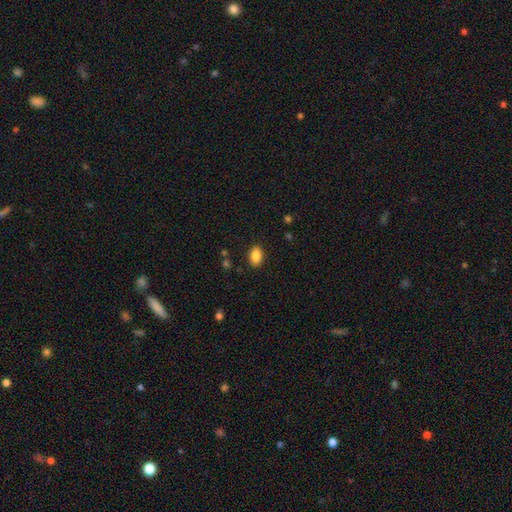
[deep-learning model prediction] Smooth or featured? Predicted: smooth (p=0.87). How rounded? Predicted: in between (p=0.88). Merging? Predicted: none (p=0.88).